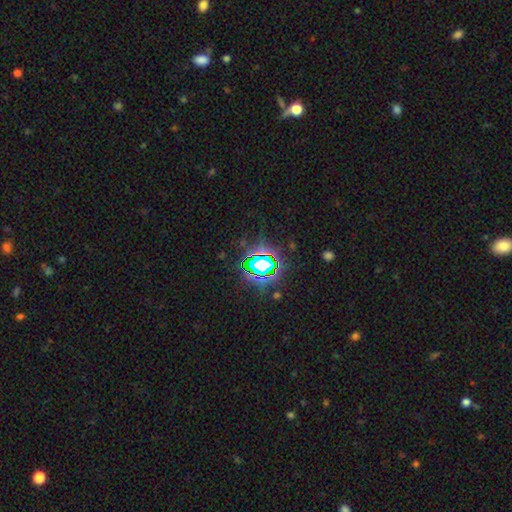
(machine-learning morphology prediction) smooth_or_featured: star or artifact (p=0.77) [alt: smooth p=0.15]